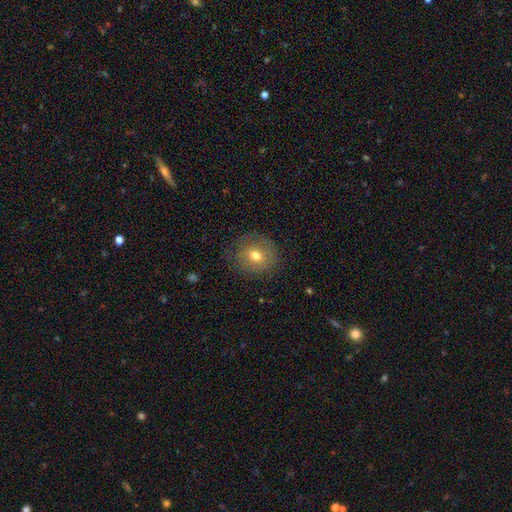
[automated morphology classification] Smooth or featured? smooth (68%)
How rounded? round (81%)
Merging? none (82%)